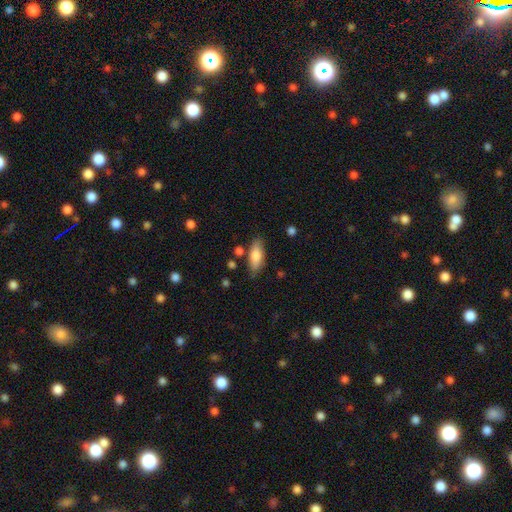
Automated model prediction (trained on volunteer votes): This appears to be a smooth galaxy with no disk features (79%) that is in between round and cigar-shaped (73%). Merging: none (79%).